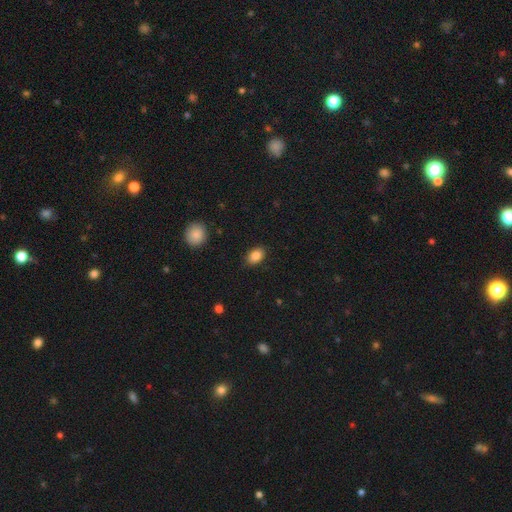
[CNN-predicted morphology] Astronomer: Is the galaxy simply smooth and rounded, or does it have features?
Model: smooth — 86%.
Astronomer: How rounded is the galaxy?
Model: in between — 86%.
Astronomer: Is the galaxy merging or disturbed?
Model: none — 87%.